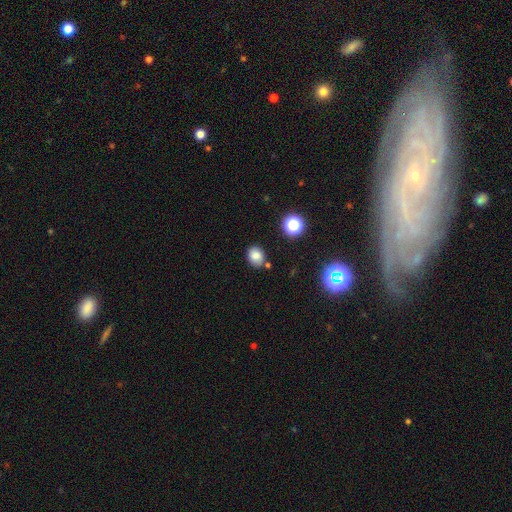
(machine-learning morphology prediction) type=smooth (80%); roundness=round (51%); merging=none (76%).